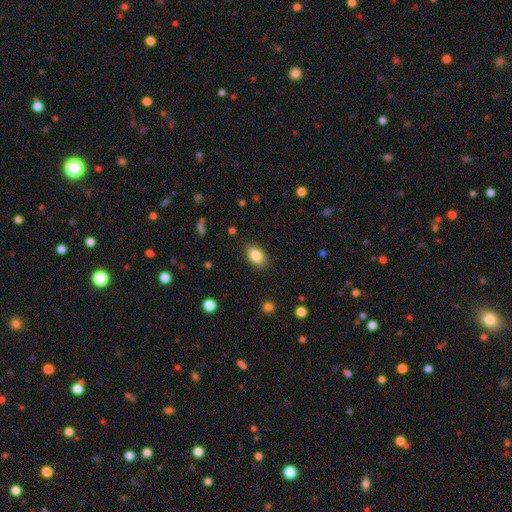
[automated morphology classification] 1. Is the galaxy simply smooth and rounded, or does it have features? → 85% smooth, 8% star or artifact, 7% featured or disk.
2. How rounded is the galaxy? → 88% in between, 11% round, 1% cigar-shaped.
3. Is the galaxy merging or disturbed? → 87% none, 9% minor disturbance, 3% major disturbance, 1% merger.